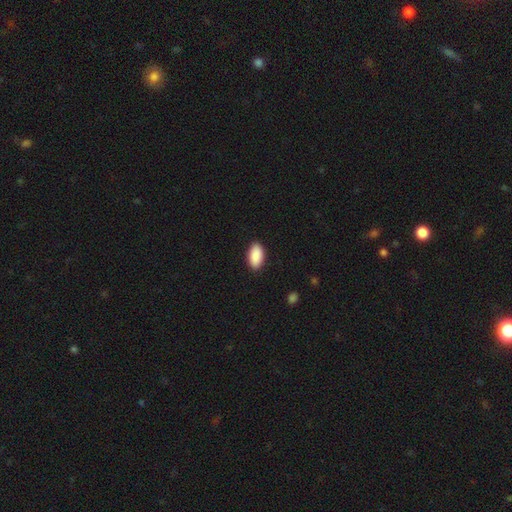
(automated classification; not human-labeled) smooth-or-featured: smooth: 91% | star or artifact: 6% | featured or disk: 3%
  how-rounded: in between: 95% | cigar-shaped: 3% | round: 2%
  merging: none: 90% | minor disturbance: 8% | major disturbance: 2% | merger: 1%